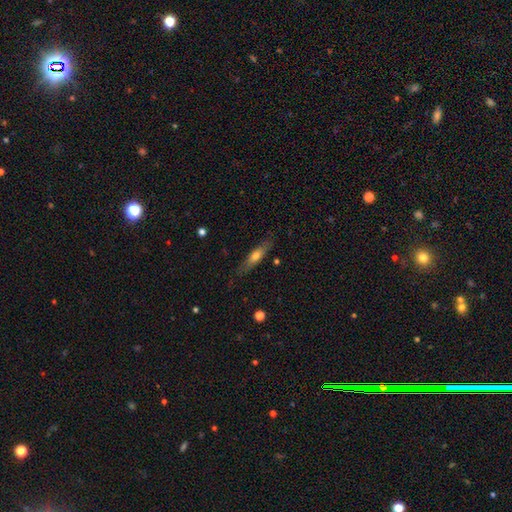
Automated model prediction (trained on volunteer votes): The model was most divided on "smooth or featured": smooth: 57%, featured or disk: 37%, star or artifact: 6%. More confident: merging — none (79%); how rounded — cigar-shaped (69%).